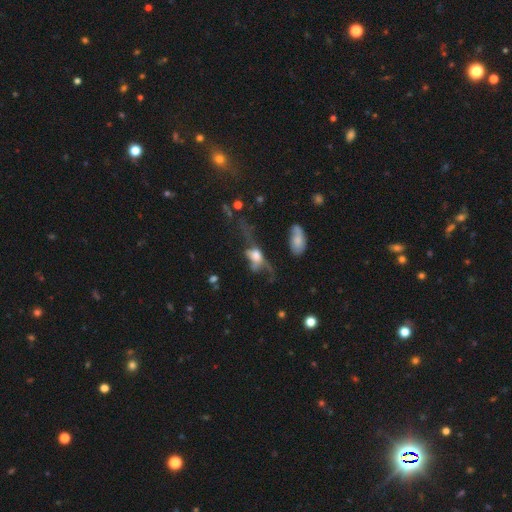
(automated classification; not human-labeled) The model was most divided on "smooth or featured": featured or disk: 49%, smooth: 37%, star or artifact: 14%. More confident: merging — major disturbance (52%).